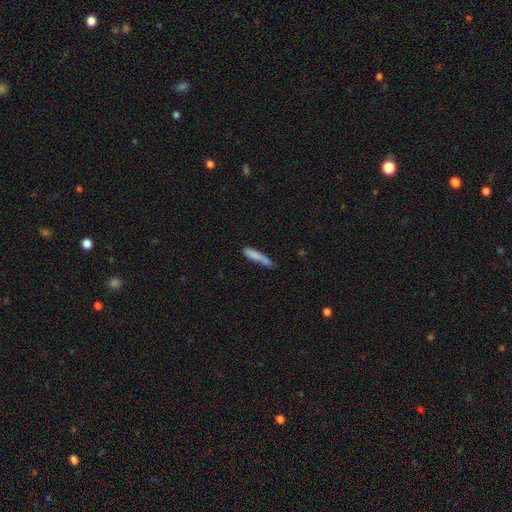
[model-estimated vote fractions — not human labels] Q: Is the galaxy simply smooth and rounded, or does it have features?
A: smooth — 80%.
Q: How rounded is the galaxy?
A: cigar-shaped — 80%.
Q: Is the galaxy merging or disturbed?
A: none — 52%.